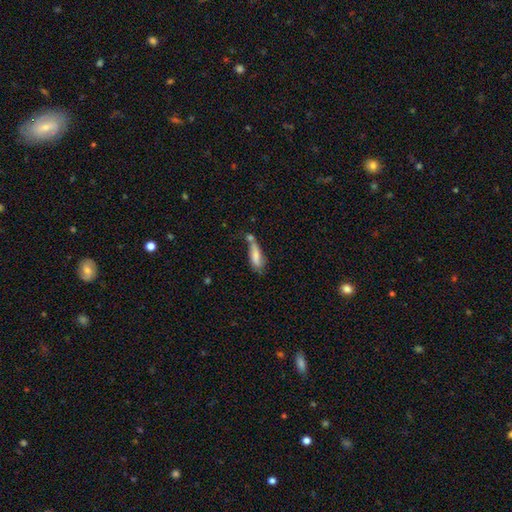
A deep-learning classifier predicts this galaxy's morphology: A smooth galaxy with no disk features (76%) that is in between round and cigar-shaped (58%). Merging: merger (34%).